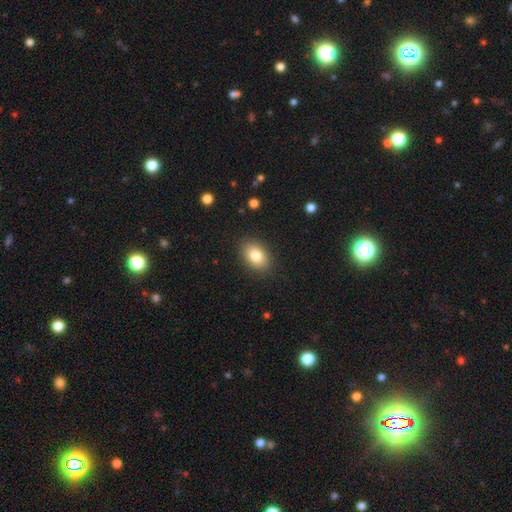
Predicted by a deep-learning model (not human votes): A smooth galaxy with no disk features (82%) that is in between round and cigar-shaped (80%). Merging: none (88%).